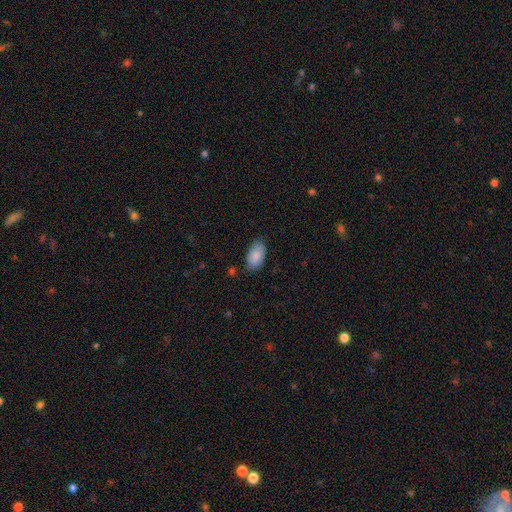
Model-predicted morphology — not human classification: Smooth or featured: smooth — 88% (star or artifact — 6%)
How rounded: in between — 94% (round — 4%)
Merging: none — 79% (minor disturbance — 17%)